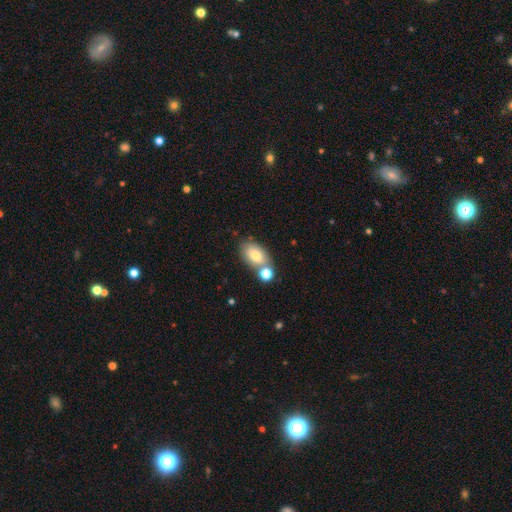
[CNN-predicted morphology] Smooth or featured? Predicted: smooth (p=0.75). How rounded? Predicted: in between (p=0.89). Merging? Predicted: none (p=0.54).